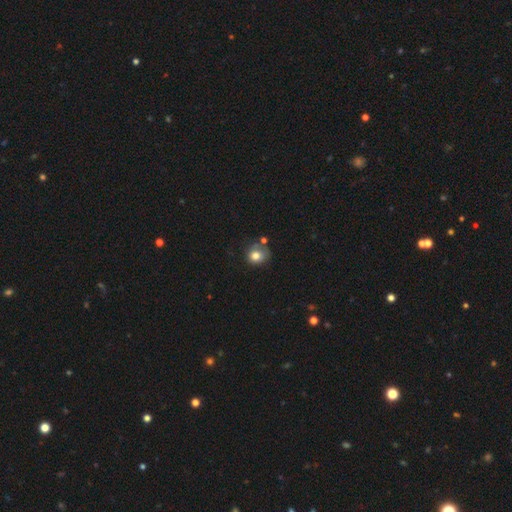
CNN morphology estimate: type=smooth (77%); roundness=round (74%); merging=none (52%).